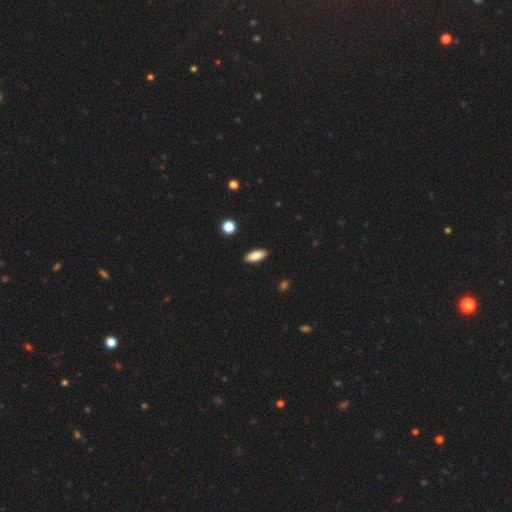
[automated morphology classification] Smooth or featured? smooth (86%)
How rounded? in between (67%)
Merging? none (90%)